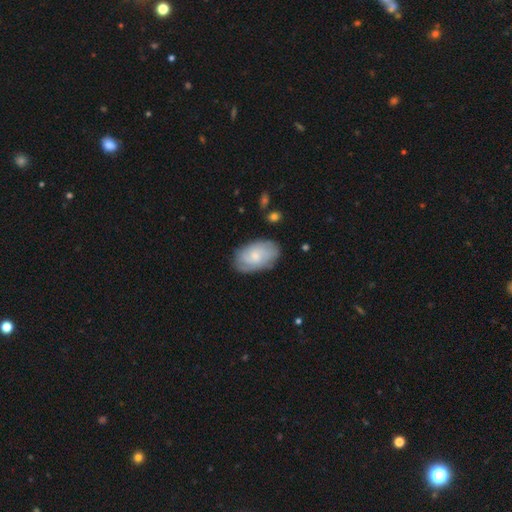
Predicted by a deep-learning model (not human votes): Smooth or featured?
  - featured or disk: 47% * (tied)
  - smooth: 47% * (tied)
  - star or artifact: 6%
Merging?
  - none: 77% *
  - minor disturbance: 18%
  - major disturbance: 4%
  - merger: 1%